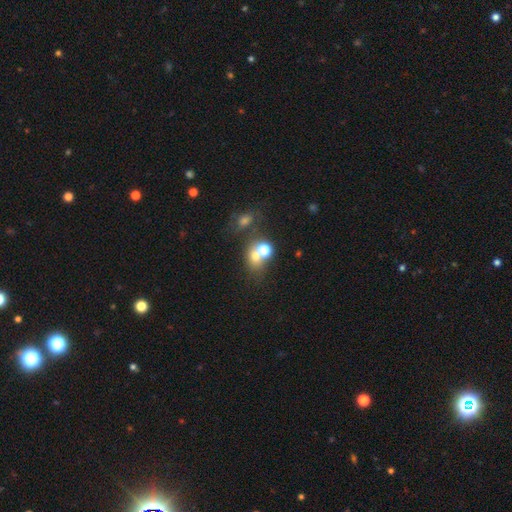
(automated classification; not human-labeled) Smooth or featured: smooth — 64% (star or artifact — 21%)
How rounded: round — 63% (in between — 36%)
Merging: merger — 43% (none — 41%)